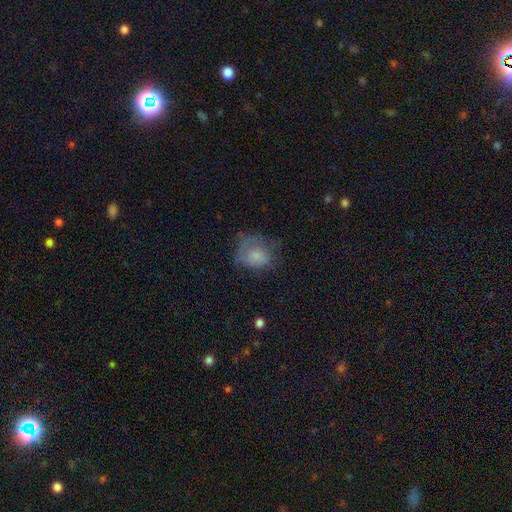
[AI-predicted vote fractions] The model was most divided on "merging": none: 38%, minor disturbance: 30%, major disturbance: 30%, merger: 2%. More confident: smooth or featured — smooth (66%); how rounded — in between (55%).